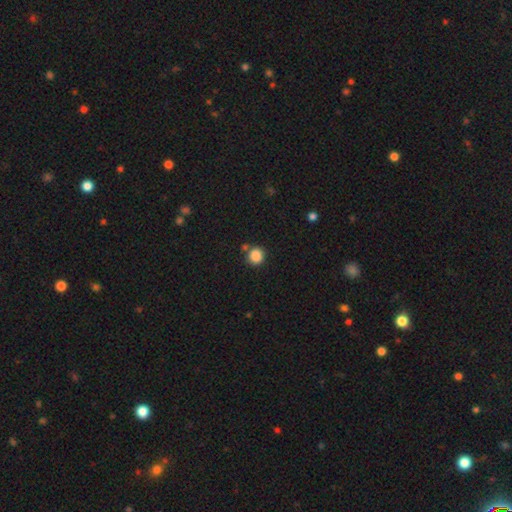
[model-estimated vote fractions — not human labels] The model was most divided on "merging": none: 72%, minor disturbance: 12%, merger: 11%, major disturbance: 4%. More confident: smooth or featured — smooth (86%); how rounded — round (84%).